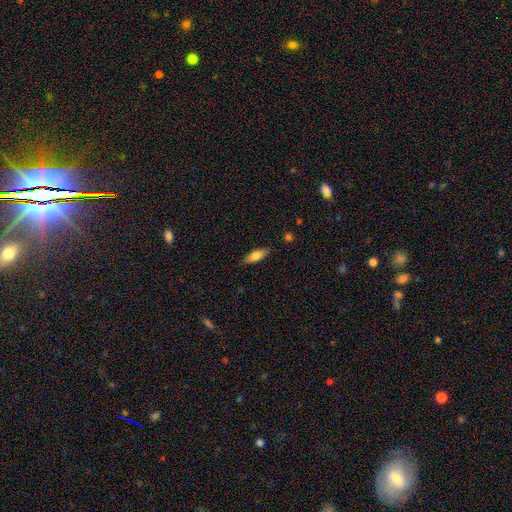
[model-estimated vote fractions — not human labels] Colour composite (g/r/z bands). It shows a smooth galaxy with no disk features (76%) that is in between round and cigar-shaped (61%). Merging: none (85%).